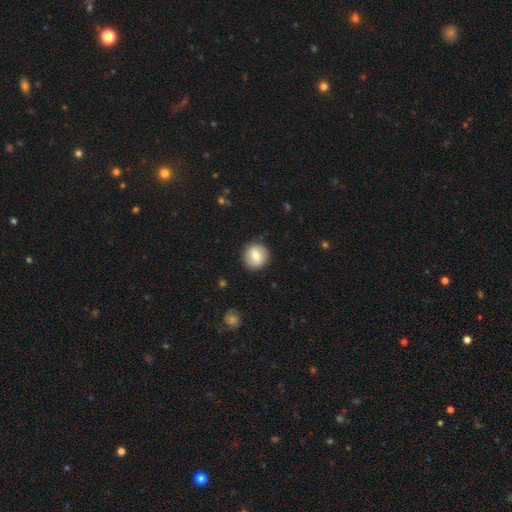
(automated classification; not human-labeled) Smooth or featured? smooth (65%)
How rounded? round (91%)
Merging? none (89%)